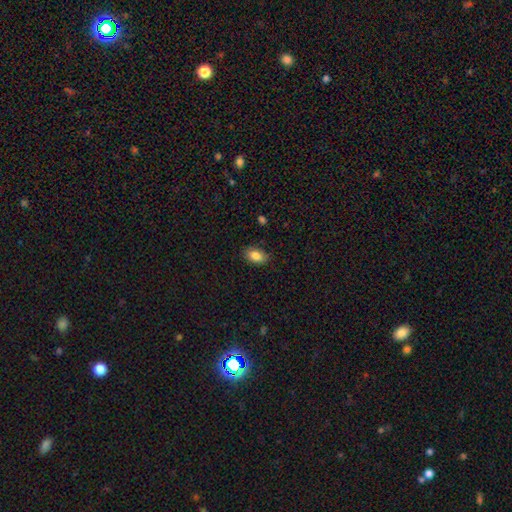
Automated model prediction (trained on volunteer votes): Smooth or featured? smooth (84%)
How rounded? in between (90%)
Merging? none (86%)